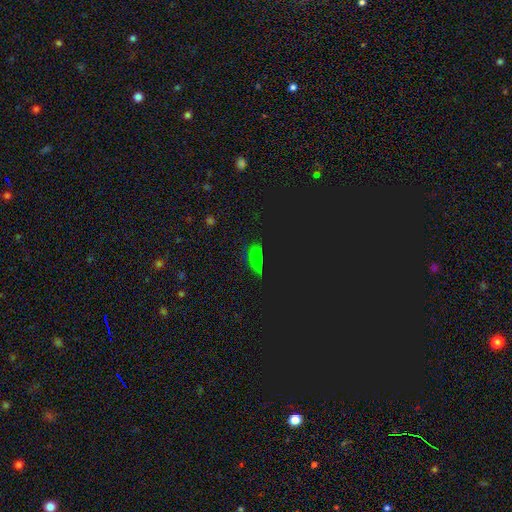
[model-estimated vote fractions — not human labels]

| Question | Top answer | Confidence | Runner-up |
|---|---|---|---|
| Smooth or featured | star or artifact | 52% | smooth (41%) |